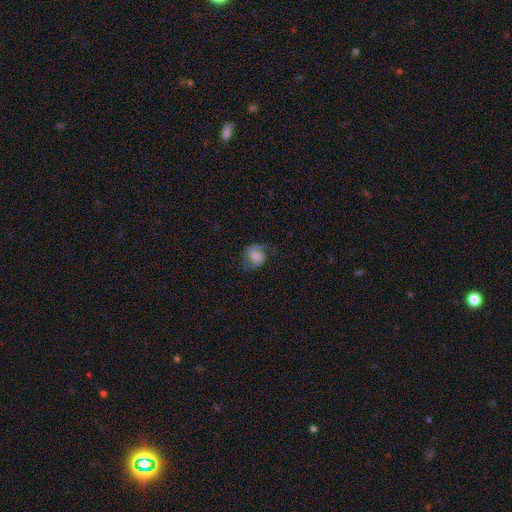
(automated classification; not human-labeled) Smooth or featured?
  - featured or disk: 57% *
  - smooth: 34%
  - star or artifact: 9%
Edge-on disk?
  - no: 97% *
  - yes: 3%
Bar?
  - no: 55% *
  - weak: 36%
  - strong: 9%
Spiral arms?
  - yes: 89% *
  - no: 11%
Bulge size?
  - none: 28% *
  - large: 23%
  - moderate: 23%
  - small: 20%
  - dominant: 6%
Merging?
  - none: 62% *
  - minor disturbance: 21%
  - major disturbance: 16%
  - merger: 1%